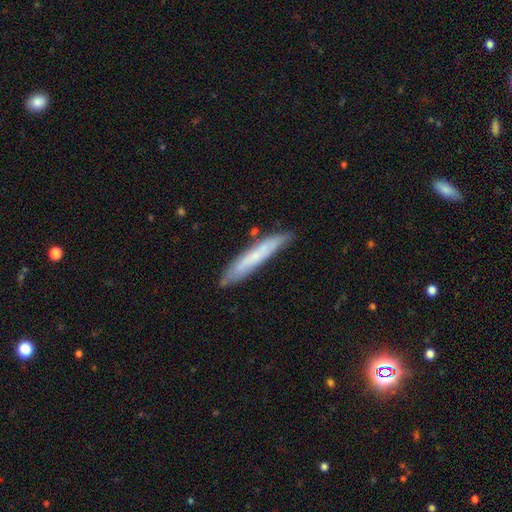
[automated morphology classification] The model was most divided on "smooth or featured": smooth: 56%, featured or disk: 38%, star or artifact: 6%. More confident: how rounded — cigar-shaped (92%); merging — none (80%).